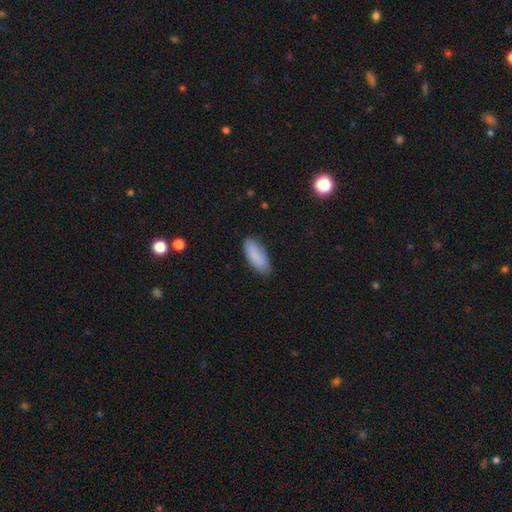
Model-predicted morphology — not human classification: Q: Smooth or featured?
A: smooth (83%); runner-up: featured or disk (10%)
Q: How rounded?
A: in between (79%); runner-up: cigar-shaped (19%)
Q: Merging?
A: none (77%); runner-up: minor disturbance (18%)